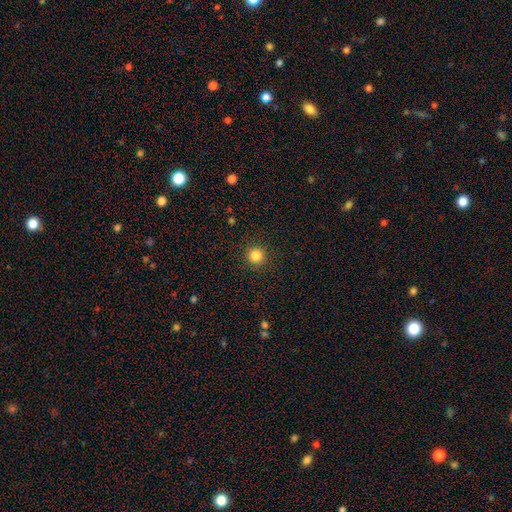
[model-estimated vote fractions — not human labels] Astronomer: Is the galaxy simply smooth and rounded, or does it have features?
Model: smooth — 84%.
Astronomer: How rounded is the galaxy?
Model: round — 95%.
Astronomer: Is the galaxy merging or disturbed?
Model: none — 91%.